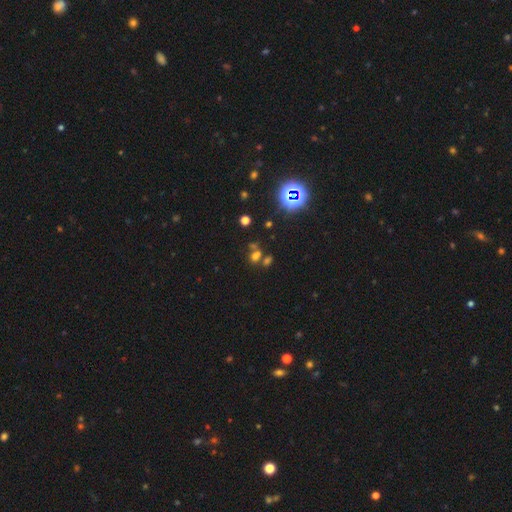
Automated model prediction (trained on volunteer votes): A smooth galaxy with no disk features (47%).

Vote fractions:
- Smooth or featured? smooth: 47% / star or artifact: 40% / featured or disk: 13%
- Merging? merger: 42% (tied) / none: 42% (tied) / minor disturbance: 10% / major disturbance: 6%